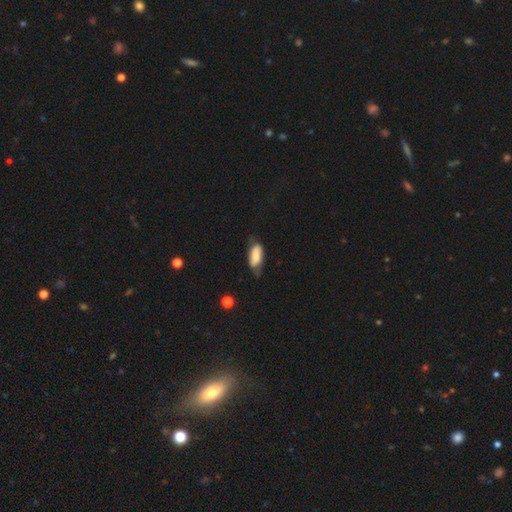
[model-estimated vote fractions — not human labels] A smooth galaxy with no disk features (72%) that is in between round and cigar-shaped (83%). Merging: none (51%).